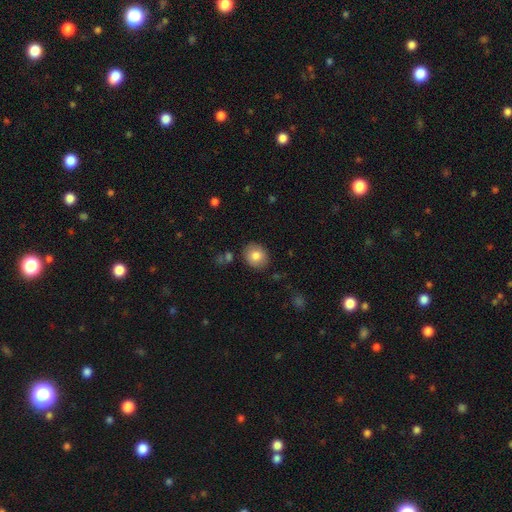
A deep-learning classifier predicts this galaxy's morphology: Smooth or featured: smooth — 82% (featured or disk — 10%)
How rounded: round — 69% (in between — 30%)
Merging: none — 86% (minor disturbance — 9%)